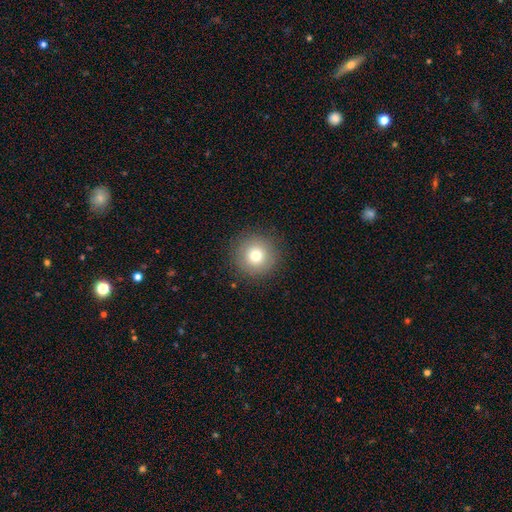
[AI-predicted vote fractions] This is likely a smooth galaxy (75%). How rounded: clearly round (96%). Merging: clearly none (89%).